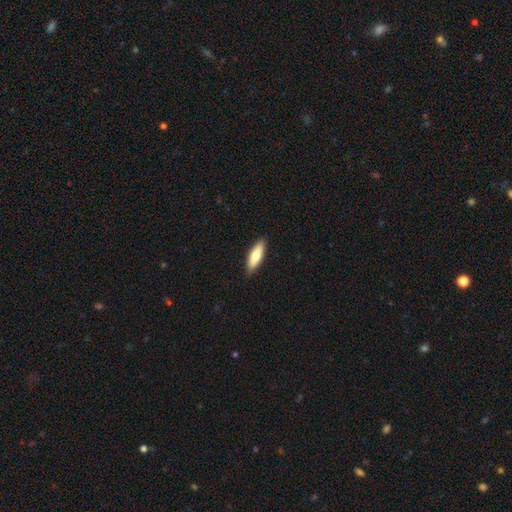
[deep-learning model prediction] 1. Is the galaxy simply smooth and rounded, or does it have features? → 72% smooth, 23% featured or disk, 6% star or artifact.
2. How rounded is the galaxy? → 52% in between, 46% cigar-shaped, 2% round.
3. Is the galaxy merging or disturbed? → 89% none, 8% minor disturbance, 2% major disturbance, 1% merger.